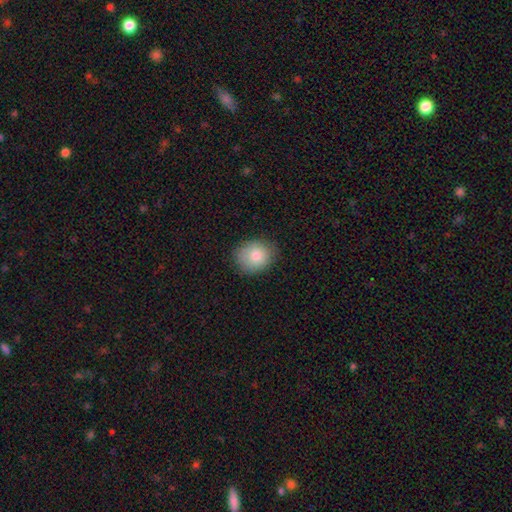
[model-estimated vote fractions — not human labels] Q: Smooth or featured?
A: smooth (82%); runner-up: featured or disk (10%)
Q: How rounded?
A: round (63%); runner-up: in between (36%)
Q: Merging?
A: none (82%); runner-up: minor disturbance (14%)